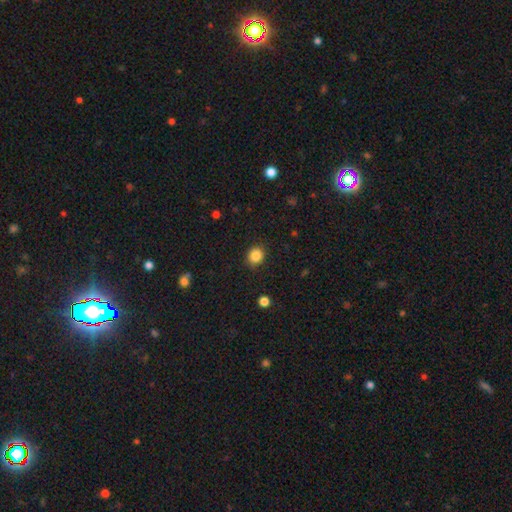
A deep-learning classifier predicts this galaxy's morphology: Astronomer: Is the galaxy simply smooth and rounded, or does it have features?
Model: smooth — 85%.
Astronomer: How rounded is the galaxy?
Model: round — 72%.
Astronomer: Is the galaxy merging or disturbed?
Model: none — 89%.